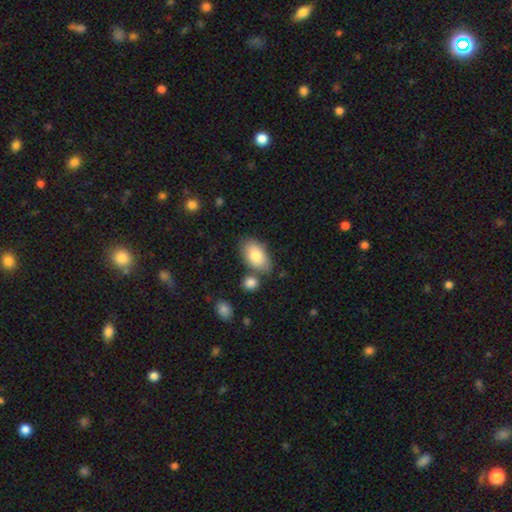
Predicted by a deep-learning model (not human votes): smooth 81%, featured or disk 13%, star or artifact 6%. Down the decision tree: how rounded — in between (94%); merging — none (68%).